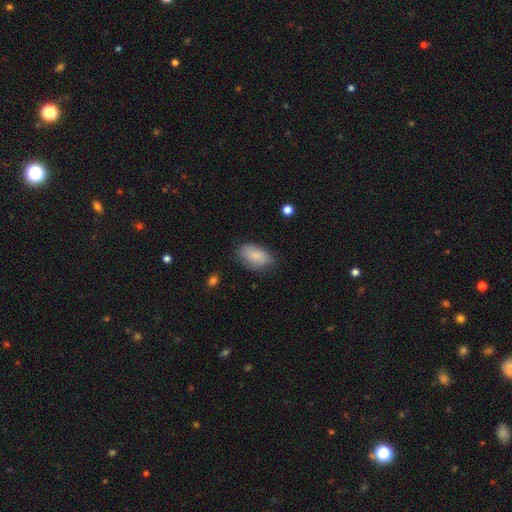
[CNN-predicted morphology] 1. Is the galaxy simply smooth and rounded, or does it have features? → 82% smooth, 12% featured or disk, 7% star or artifact.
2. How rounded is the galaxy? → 91% in between, 7% round, 2% cigar-shaped.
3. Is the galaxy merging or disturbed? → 67% none, 25% minor disturbance, 6% major disturbance, 2% merger.